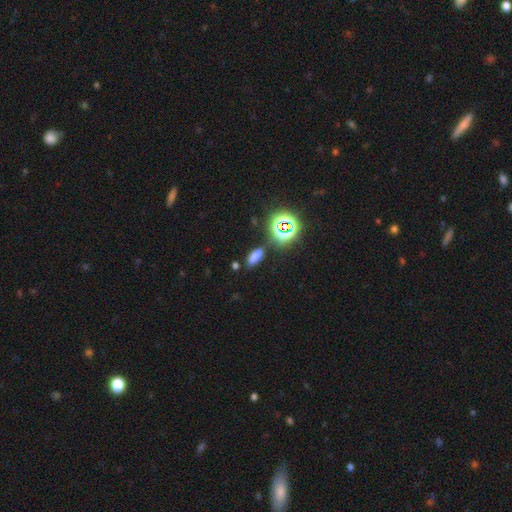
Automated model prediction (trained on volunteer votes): The model was most divided on "smooth or featured": smooth: 67%, star or artifact: 25%, featured or disk: 7%. More confident: merging — none (75%); how rounded — in between (75%).